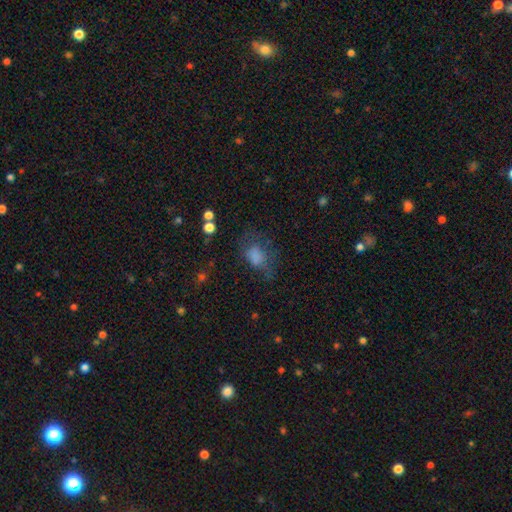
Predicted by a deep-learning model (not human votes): smooth_or_featured: smooth (p=0.63) [alt: featured or disk p=0.20]
how_rounded: in between (p=0.74) [alt: round p=0.23]
merging: none (p=0.47) [alt: major disturbance p=0.26]